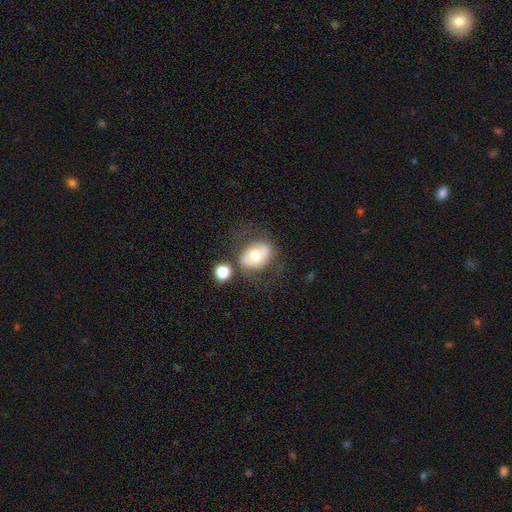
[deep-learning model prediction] This is possibly a smooth galaxy (50%). How rounded: possibly in between (53%). Merging: possibly none (60%).